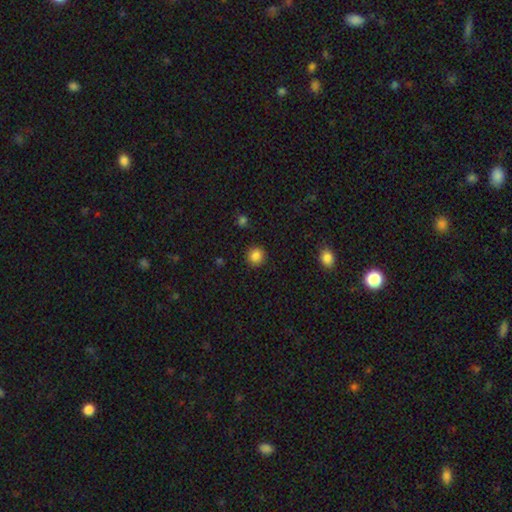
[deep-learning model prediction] smooth_or_featured: smooth (p=0.85) [alt: star or artifact p=0.11]
how_rounded: round (p=0.90) [alt: in between p=0.09]
merging: none (p=0.91) [alt: minor disturbance p=0.06]